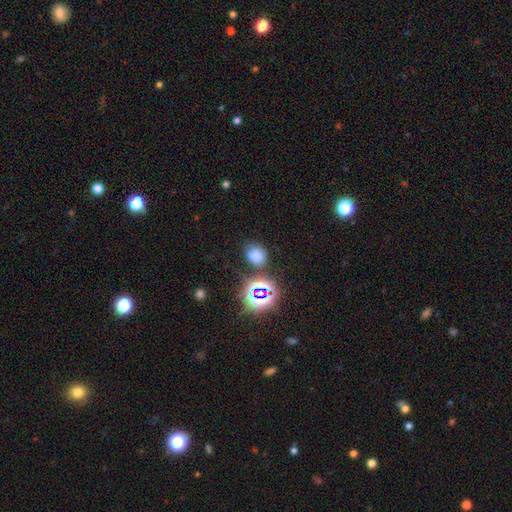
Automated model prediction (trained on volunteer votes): This is likely a smooth galaxy (64%). How rounded: possibly in between (52%). Merging: likely none (66%).